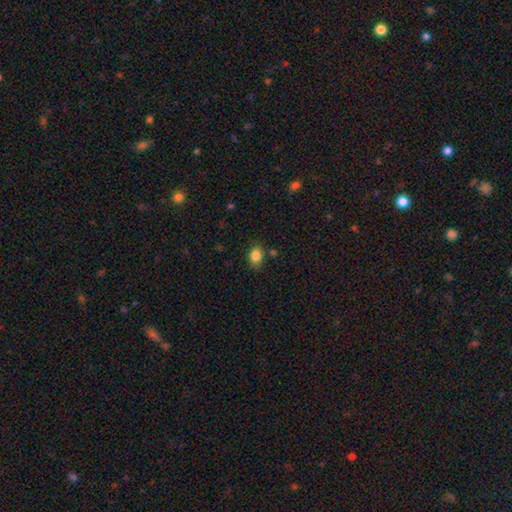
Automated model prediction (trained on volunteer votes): Smooth or featured? smooth (85%)
How rounded? in between (66%)
Merging? none (79%)